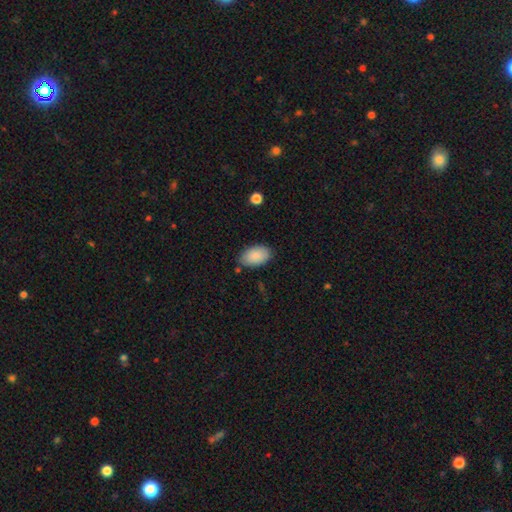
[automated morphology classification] This is clearly a smooth galaxy (89%). How rounded: clearly in between (94%). Merging: clearly none (80%).